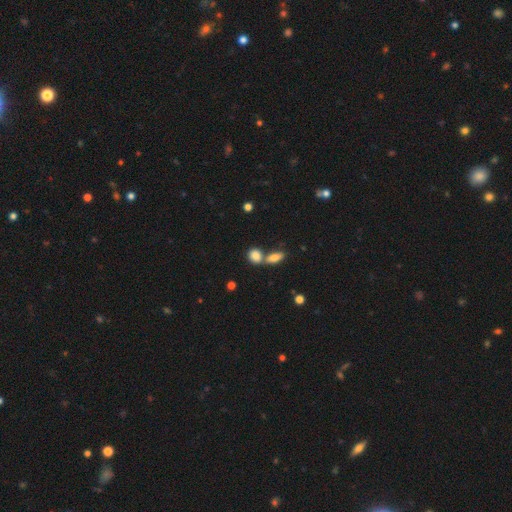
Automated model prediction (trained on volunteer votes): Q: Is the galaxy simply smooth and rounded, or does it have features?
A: smooth — 84%.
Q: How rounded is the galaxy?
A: round — 49%.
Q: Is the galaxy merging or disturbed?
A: none — 45%.